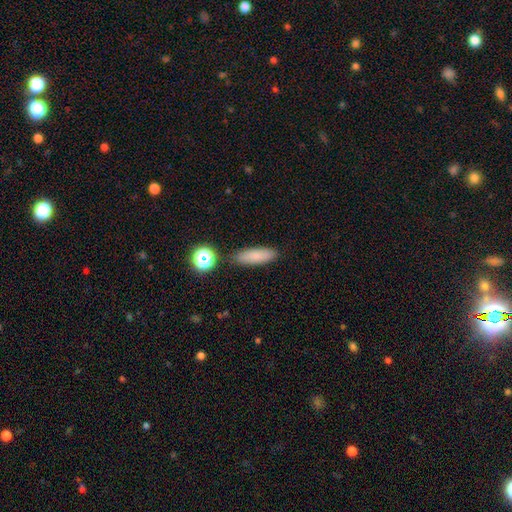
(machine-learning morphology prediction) smooth-or-featured: smooth: 80% | star or artifact: 10% | featured or disk: 10%
  how-rounded: cigar-shaped: 51% | in between: 45% | round: 4%
  merging: none: 86% | minor disturbance: 9% | merger: 3% | major disturbance: 2%